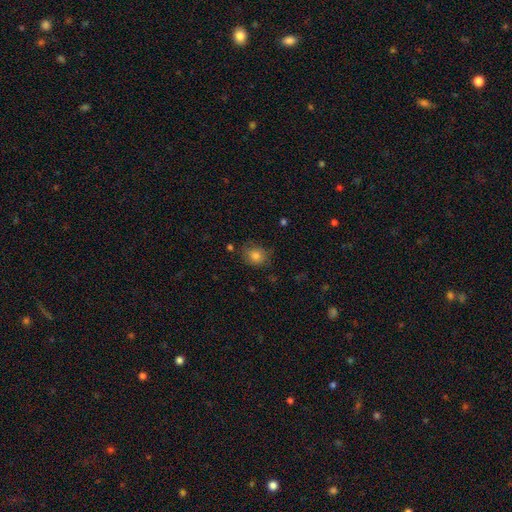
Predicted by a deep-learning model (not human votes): Smooth or featured?
  - smooth: 80% *
  - star or artifact: 11%
  - featured or disk: 9%
How rounded?
  - round: 70% *
  - in between: 29%
  - cigar-shaped: 1%
Merging?
  - none: 75% *
  - minor disturbance: 18%
  - major disturbance: 4%
  - merger: 2%